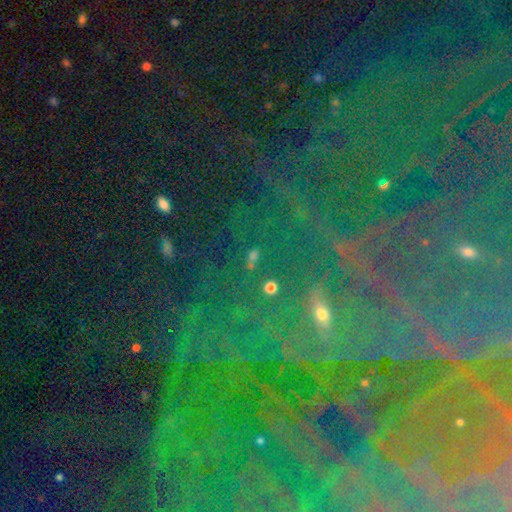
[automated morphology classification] smooth_or_featured: star or artifact (p=0.68) [alt: featured or disk p=0.21]